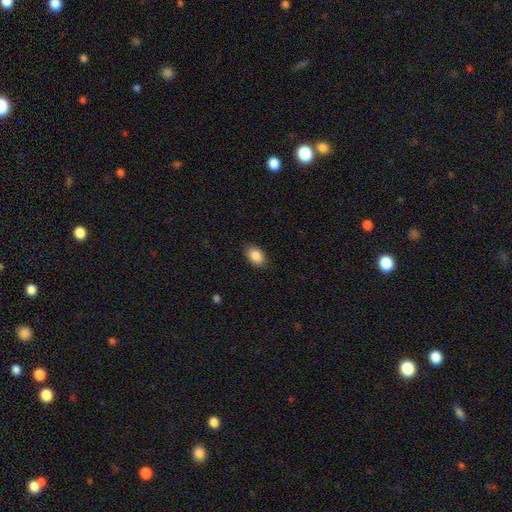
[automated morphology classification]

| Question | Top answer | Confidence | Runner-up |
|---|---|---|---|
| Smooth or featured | smooth | 88% | star or artifact (7%) |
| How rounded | in between | 89% | round (10%) |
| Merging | none | 86% | minor disturbance (11%) |